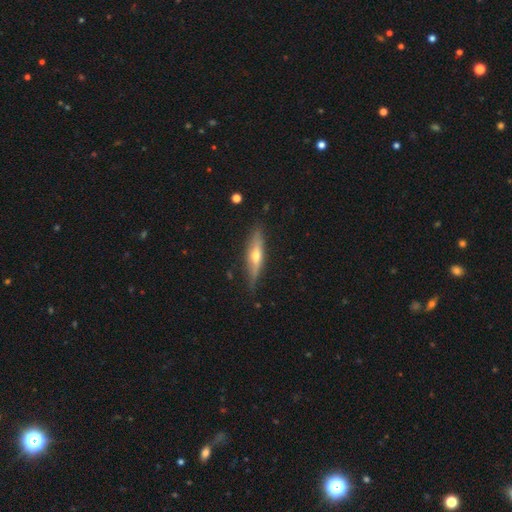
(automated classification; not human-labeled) Smooth or featured: featured or disk — 63% (smooth — 31%)
Edge-on disk: yes — 92% (no — 8%)
Edge-on bulge: rounded — 89% (none — 7%)
Merging: none — 83% (minor disturbance — 13%)